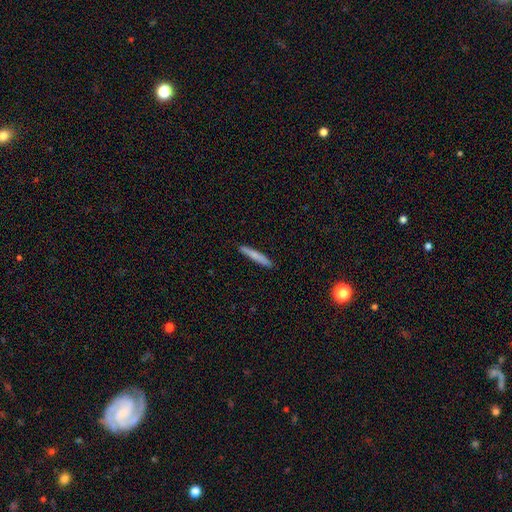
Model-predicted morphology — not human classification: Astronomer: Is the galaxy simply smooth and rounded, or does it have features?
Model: smooth — 75%.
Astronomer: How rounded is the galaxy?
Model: cigar-shaped — 95%.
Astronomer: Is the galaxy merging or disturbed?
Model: none — 91%.